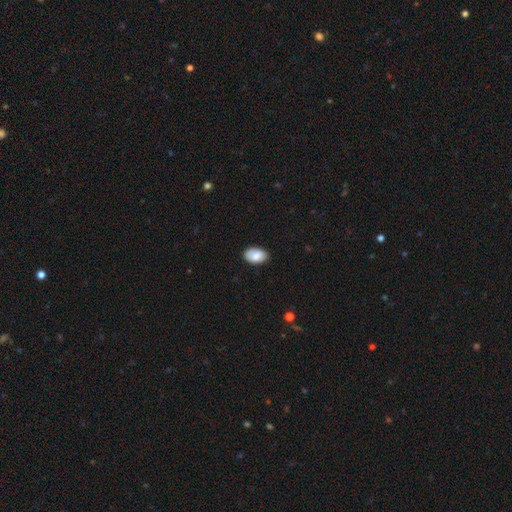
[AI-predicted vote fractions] Smooth or featured? Predicted: smooth (p=0.86). How rounded? Predicted: in between (p=0.92). Merging? Predicted: none (p=0.84).